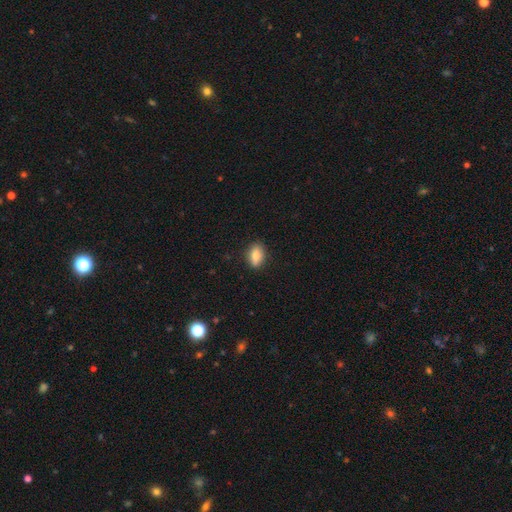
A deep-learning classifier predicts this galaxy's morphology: Q: Smooth or featured?
A: smooth (81%); runner-up: featured or disk (11%)
Q: How rounded?
A: in between (83%); runner-up: round (11%)
Q: Merging?
A: none (85%); runner-up: minor disturbance (12%)